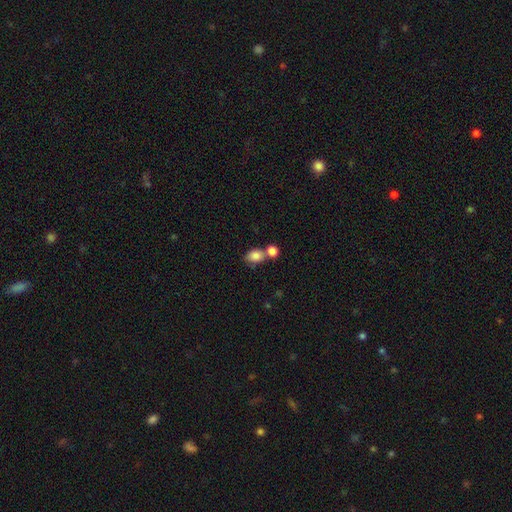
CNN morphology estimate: A smooth galaxy with no disk features (83%) that is in between round and cigar-shaped (64%).

Vote fractions:
- Smooth or featured? smooth: 83% / star or artifact: 9% / featured or disk: 8%
- How rounded? in between: 64% / round: 34% / cigar-shaped: 2%
- Merging? none: 45% / merger: 40% / minor disturbance: 11% / major disturbance: 4%